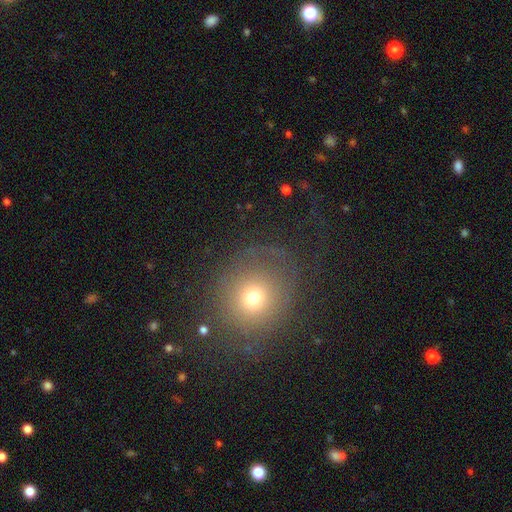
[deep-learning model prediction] smooth 57%, star or artifact 24%, featured or disk 19%. Down the decision tree: how rounded — round (81%); merging — none (79%).